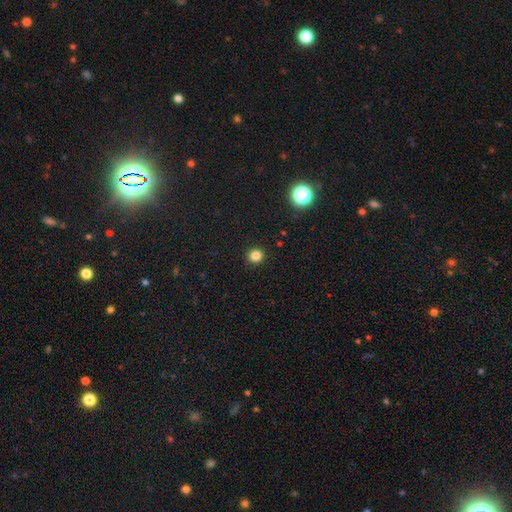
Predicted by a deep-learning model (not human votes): Overall: smooth (82%). How rounded: round (89%). Merging: none (92%).